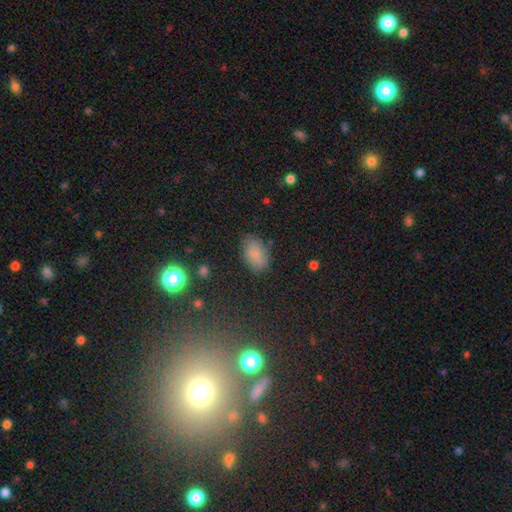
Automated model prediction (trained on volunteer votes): Morphology: type=smooth (79%); roundness=in between (90%); merging=none (80%).